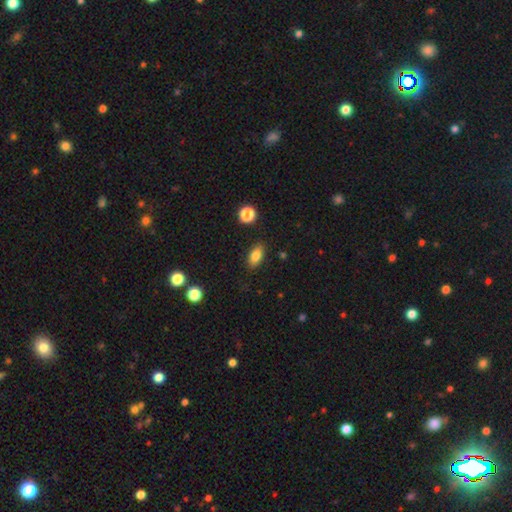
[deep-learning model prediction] A smooth galaxy with no disk features (83%) that is in between round and cigar-shaped (87%).

Vote fractions:
- Smooth or featured? smooth: 83% / star or artifact: 9% / featured or disk: 8%
- How rounded? in between: 87% / round: 8% / cigar-shaped: 5%
- Merging? none: 86% / minor disturbance: 10% / major disturbance: 3% / merger: 2%